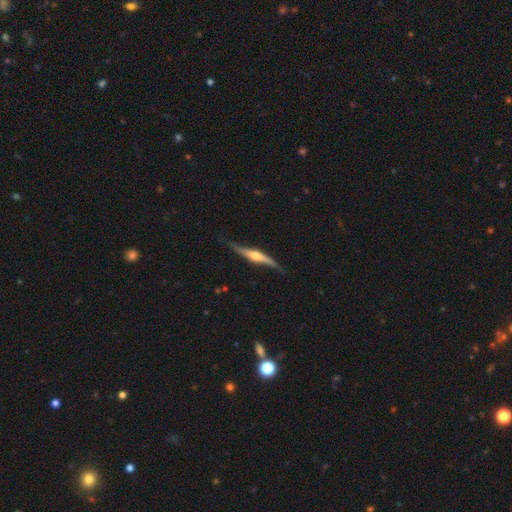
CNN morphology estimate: Smooth or featured?
  - featured or disk: 80% *
  - smooth: 15%
  - star or artifact: 4%
Edge-on disk?
  - yes: 84% *
  - no: 16%
Edge-on bulge?
  - rounded: 89% *
  - boxy: 7%
  - none: 5%
Merging?
  - none: 69% *
  - minor disturbance: 23%
  - major disturbance: 6%
  - merger: 2%